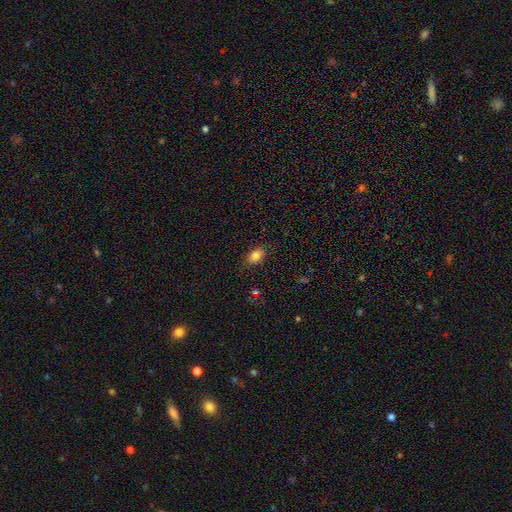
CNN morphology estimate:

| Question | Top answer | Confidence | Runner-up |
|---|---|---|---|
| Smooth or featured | smooth | 83% | star or artifact (10%) |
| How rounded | in between | 85% | round (12%) |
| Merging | none | 83% | minor disturbance (13%) |